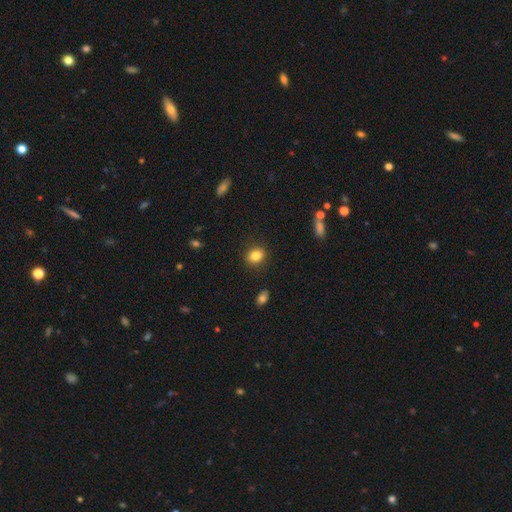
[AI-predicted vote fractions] Smooth or featured: smooth — 84% (star or artifact — 10%)
How rounded: round — 57% (in between — 42%)
Merging: none — 87% (minor disturbance — 9%)